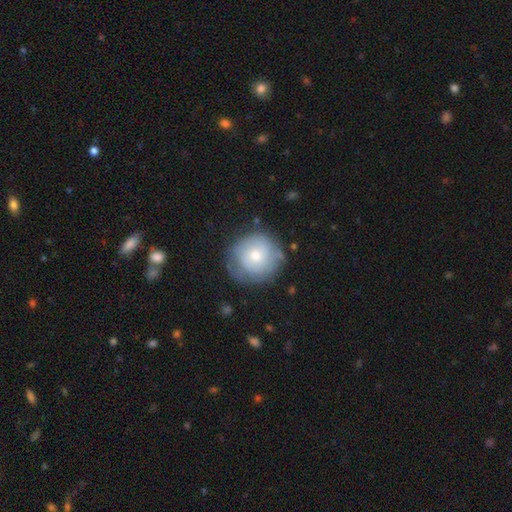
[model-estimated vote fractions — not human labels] This appears to be a smooth galaxy with no disk features (49%). Merging: none (67%).